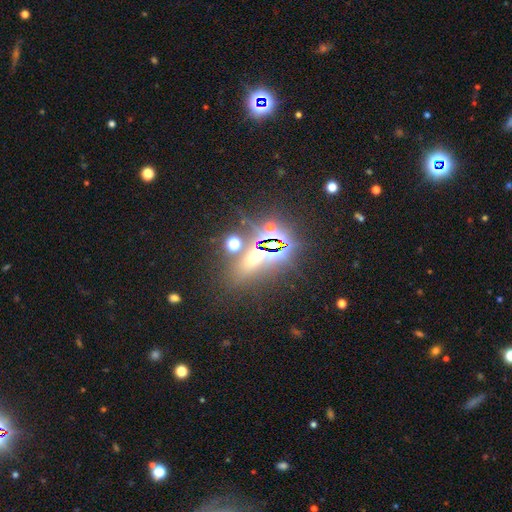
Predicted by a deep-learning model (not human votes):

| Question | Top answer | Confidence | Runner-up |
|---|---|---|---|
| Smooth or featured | star or artifact | 55% | smooth (32%) |